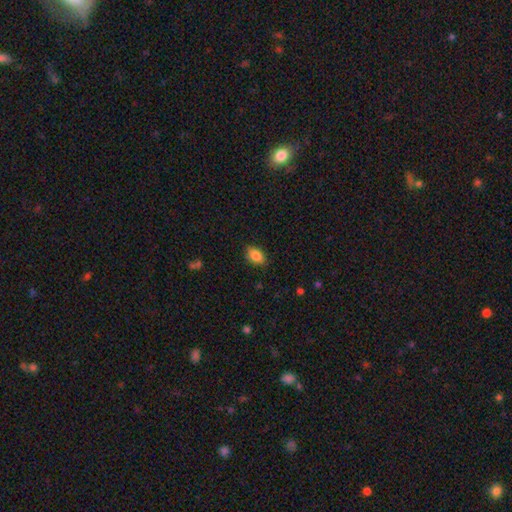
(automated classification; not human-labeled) Q: Smooth or featured?
A: smooth (85%); runner-up: star or artifact (8%)
Q: How rounded?
A: in between (86%); runner-up: round (12%)
Q: Merging?
A: none (85%); runner-up: minor disturbance (12%)